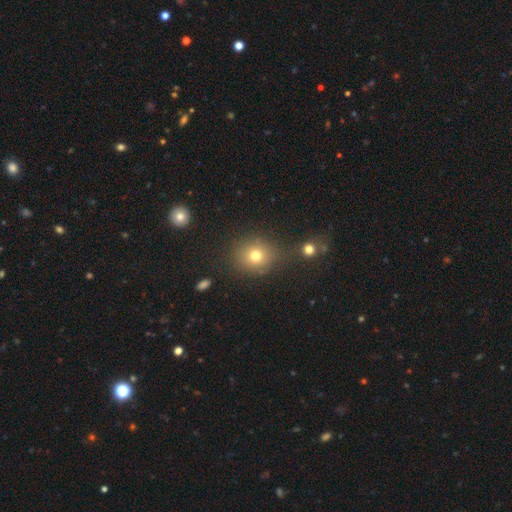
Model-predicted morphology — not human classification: type=smooth (74%); roundness=round (74%); merging=none (73%).